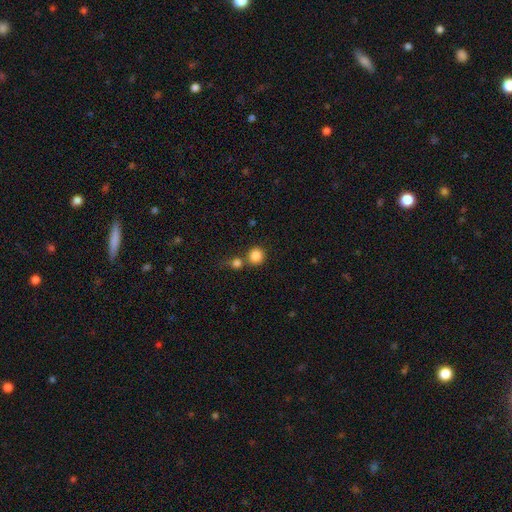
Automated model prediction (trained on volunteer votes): Smooth or featured?
  - smooth: 85% *
  - star or artifact: 10%
  - featured or disk: 5%
How rounded?
  - round: 90% *
  - in between: 9%
  - cigar-shaped: 1%
Merging?
  - none: 62% *
  - merger: 26%
  - minor disturbance: 8%
  - major disturbance: 4%